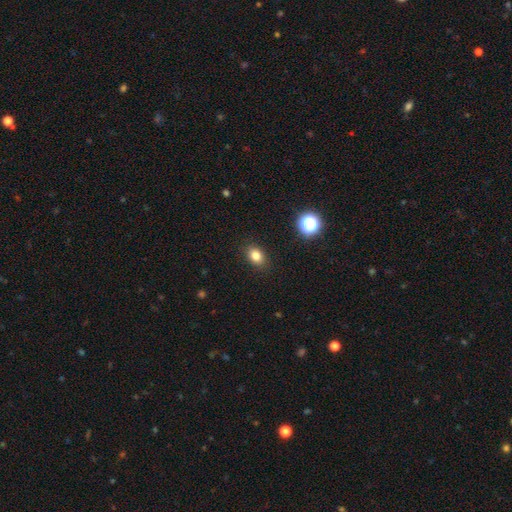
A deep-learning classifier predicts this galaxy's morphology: smooth-or-featured: smooth: 81% | star or artifact: 12% | featured or disk: 7%
  how-rounded: in between: 65% | round: 34% | cigar-shaped: 1%
  merging: none: 89% | minor disturbance: 8% | major disturbance: 2% | merger: 1%